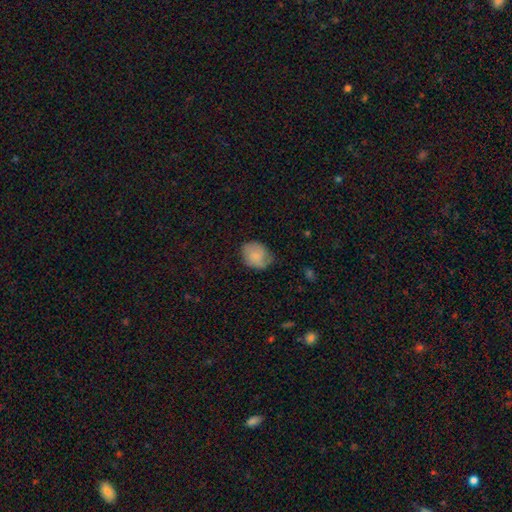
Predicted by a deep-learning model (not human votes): smooth 76%, featured or disk 17%, star or artifact 7%. Down the decision tree: how rounded — round (52%); merging — none (65%).